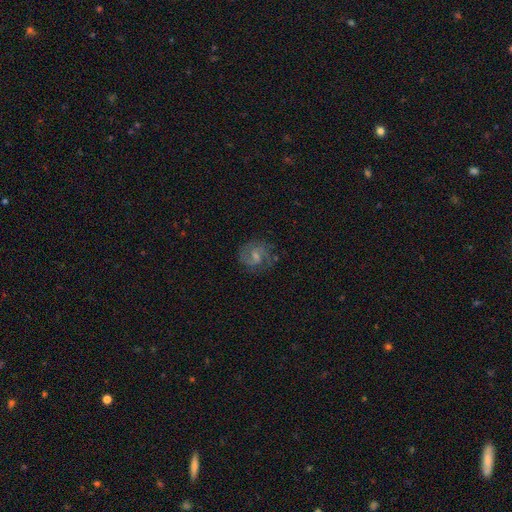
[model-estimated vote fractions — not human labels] This is likely a featured or disk galaxy (72%). It is clearly not viewed edge-on (98%). Bar: possibly weak (60%). Spiral arm pattern: clearly yes (93%). Spiral arm count: likely 2 (77%). Spiral winding: possibly medium (52%). Central bulge: possibly small (45%). Merging: likely none (72%).